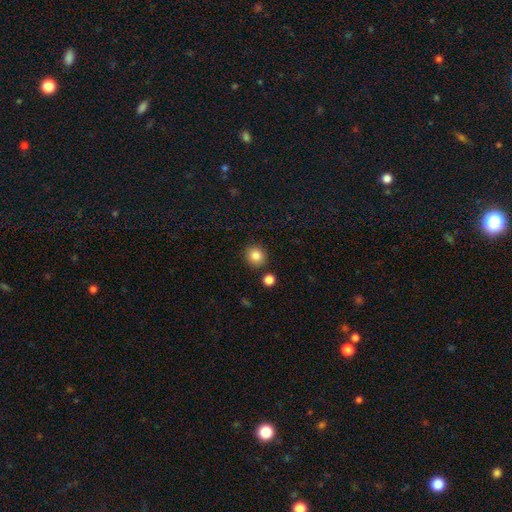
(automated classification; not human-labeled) Smooth or featured? Predicted: smooth (p=0.85). How rounded? Predicted: round (p=0.90). Merging? Predicted: none (p=0.88).